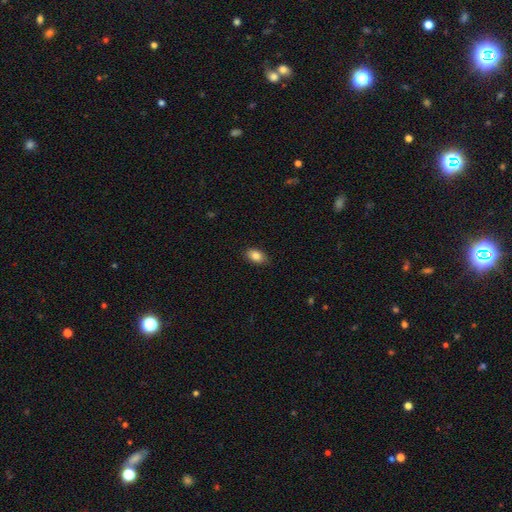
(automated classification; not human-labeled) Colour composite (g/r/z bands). It shows a smooth galaxy with no disk features (85%) that is in between round and cigar-shaped (88%). Merging: none (87%).